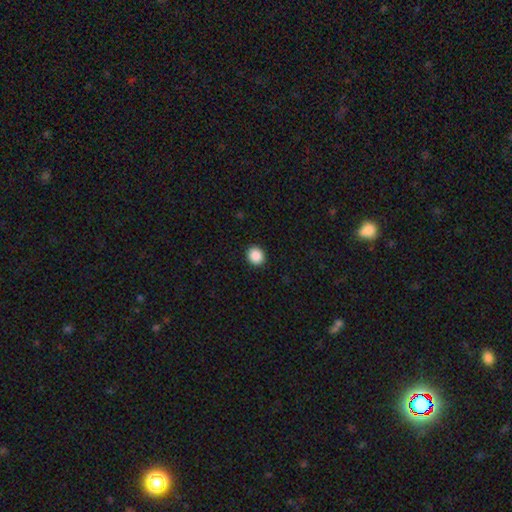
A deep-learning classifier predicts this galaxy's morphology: Overall: smooth (89%). How rounded: round (78%). Merging: none (92%).